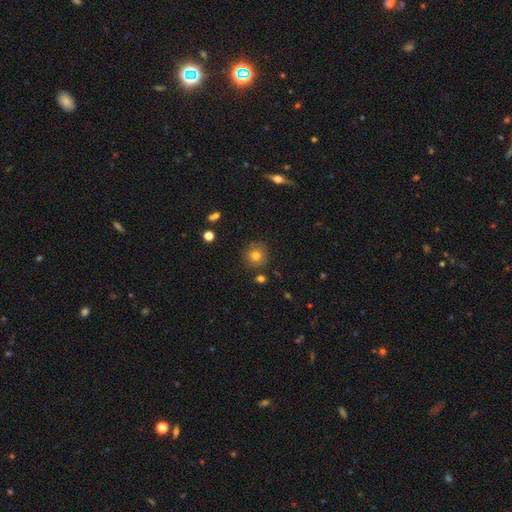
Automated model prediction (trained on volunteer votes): Smooth or featured: smooth — 78% (star or artifact — 12%)
How rounded: round — 92% (in between — 7%)
Merging: none — 85% (minor disturbance — 9%)